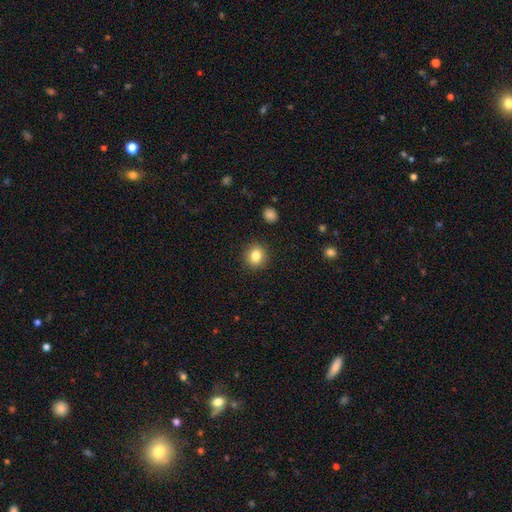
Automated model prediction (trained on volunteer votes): A smooth galaxy with no disk features (83%) that is round (83%). Merging: none (91%).